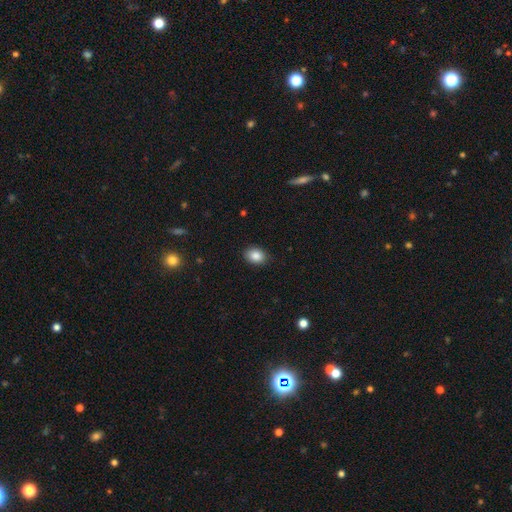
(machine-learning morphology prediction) Smooth or featured? smooth (86%)
How rounded? in between (68%)
Merging? none (88%)